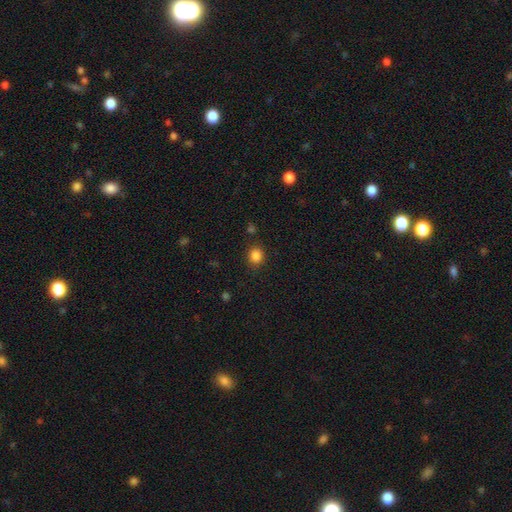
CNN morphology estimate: This is clearly a smooth galaxy (85%). How rounded: likely round (76%). Merging: clearly none (85%).